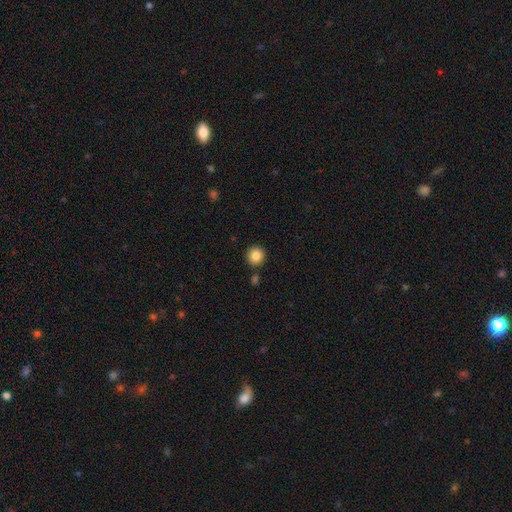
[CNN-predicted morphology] This is clearly a smooth galaxy (86%). How rounded: clearly round (94%). Merging: clearly none (87%).